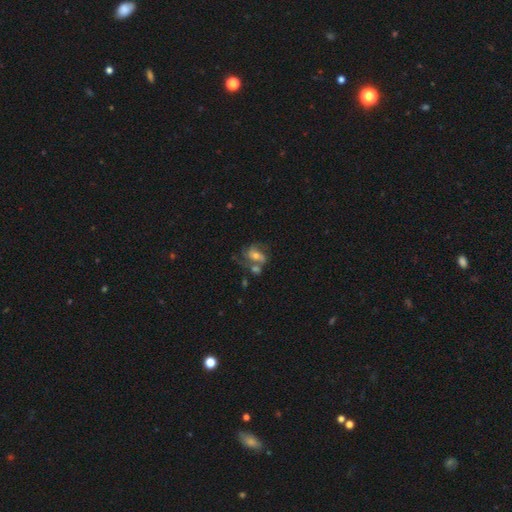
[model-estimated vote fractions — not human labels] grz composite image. It shows a featured or disk galaxy (68%) with no bar (46%), 2 (62%) medium (49%) spiral arms (87%) and a moderate central bulge (57%). Merging: none (40%).